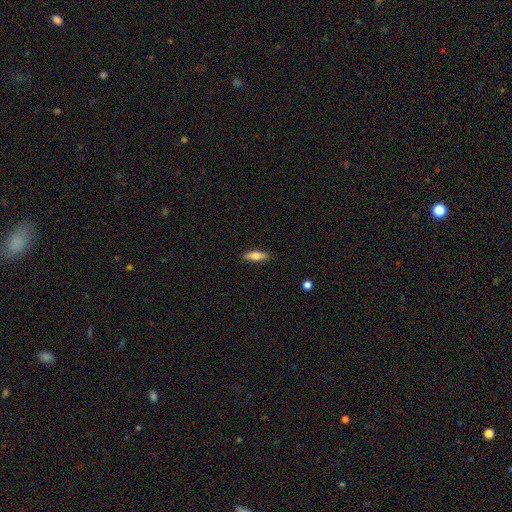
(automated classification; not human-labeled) The model was most divided on "how rounded": in between: 52%, cigar-shaped: 46%, round: 3%. More confident: merging — none (86%); smooth or featured — smooth (69%).